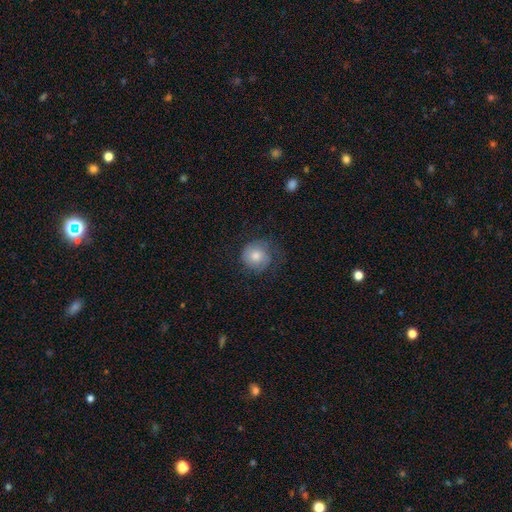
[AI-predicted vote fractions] Overall: smooth (57%; featured or disk 35%). How rounded: round (88%). Merging: none (65%).